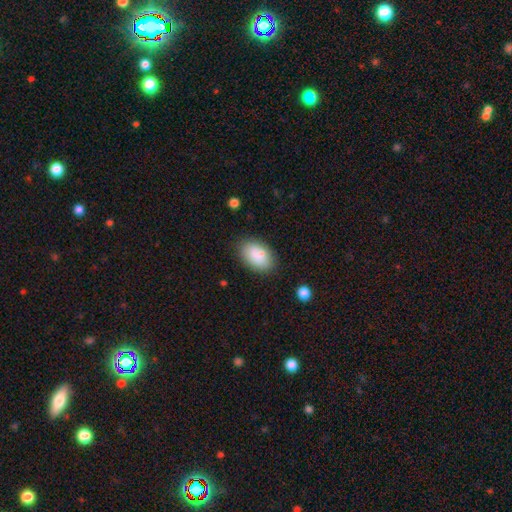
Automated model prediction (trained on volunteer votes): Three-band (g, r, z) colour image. It shows a smooth galaxy with no disk features (84%) that is in between round and cigar-shaped (91%). Merging: none (77%).